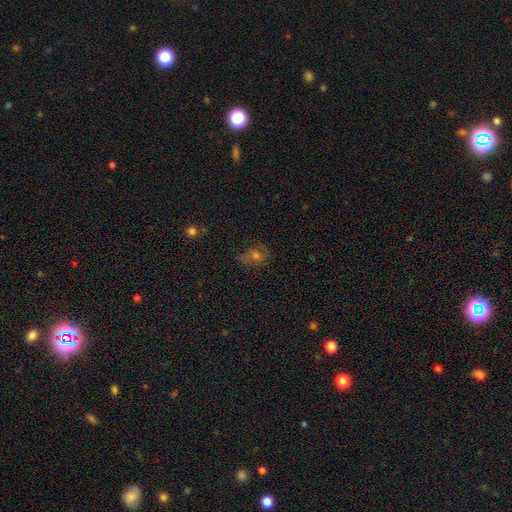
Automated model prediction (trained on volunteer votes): Smooth or featured? smooth (45%)
Merging? none (54%)